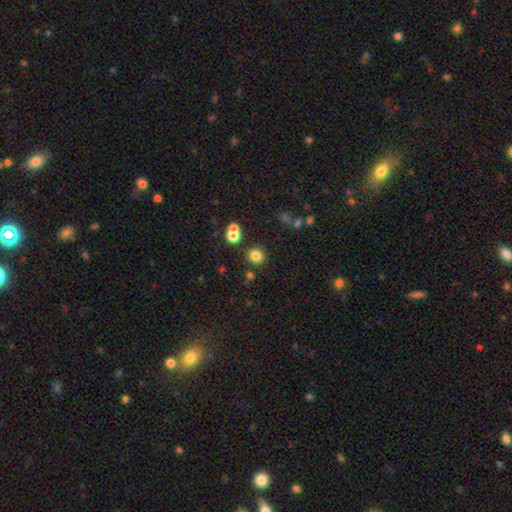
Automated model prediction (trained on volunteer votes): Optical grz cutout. It shows a smooth galaxy with no disk features (80%) that is round (86%). Merging: none (83%).